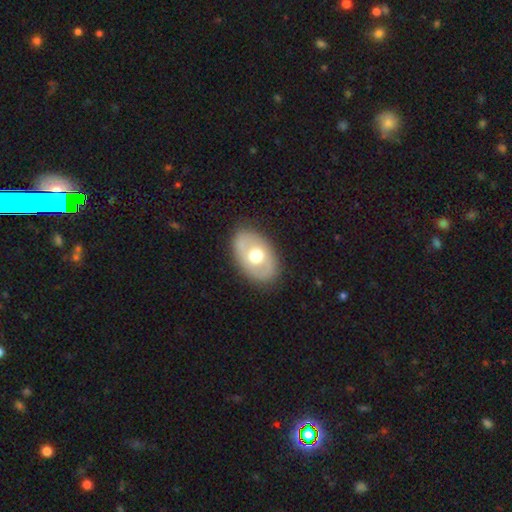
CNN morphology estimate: smooth_or_featured: smooth (p=0.49) [alt: featured or disk p=0.45]
merging: none (p=0.83) [alt: minor disturbance p=0.12]